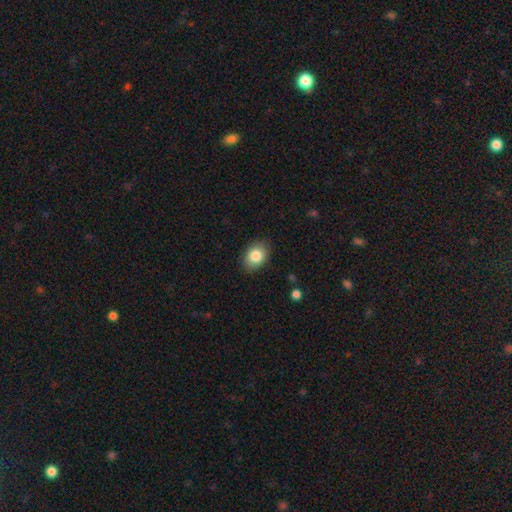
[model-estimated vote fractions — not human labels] Smooth or featured?
  - smooth: 84% *
  - star or artifact: 8%
  - featured or disk: 8%
How rounded?
  - in between: 71% *
  - round: 28%
  - cigar-shaped: 1%
Merging?
  - none: 85% *
  - minor disturbance: 11%
  - major disturbance: 2%
  - merger: 1%